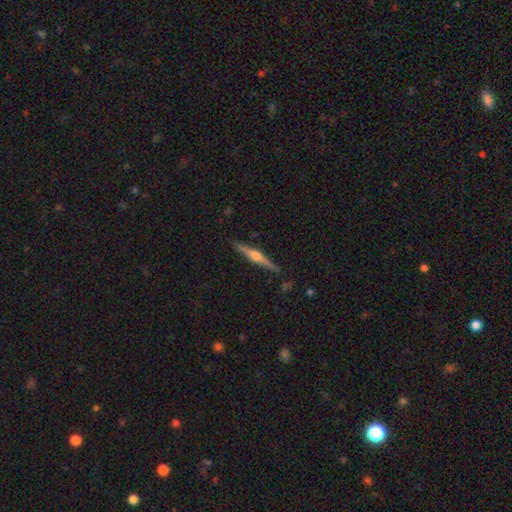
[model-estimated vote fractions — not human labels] Morphology: type=featured or disk (76%); edge-on=yes (98%); edge-on bulge=rounded (89%); merging=none (90%).